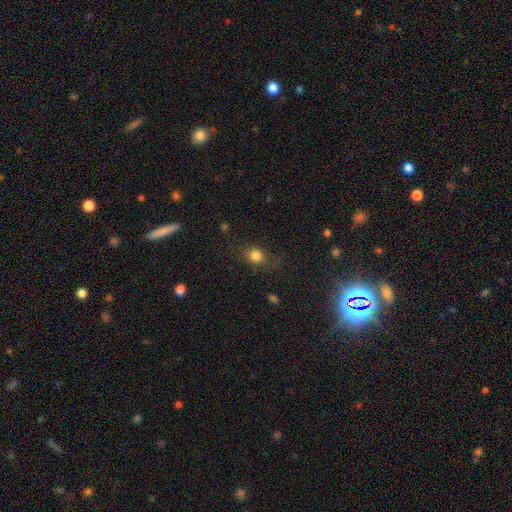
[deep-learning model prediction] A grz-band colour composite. It shows a smooth galaxy with no disk features (80%) that is round (60%). Merging: none (72%).